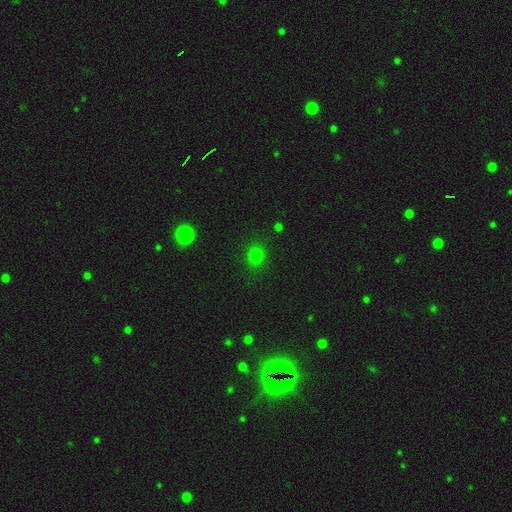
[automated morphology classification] A smooth galaxy with no disk features (77%) that is round (80%).

Vote fractions:
- Smooth or featured? smooth: 77% / star or artifact: 18% / featured or disk: 5%
- How rounded? round: 80% / in between: 18% / cigar-shaped: 1%
- Merging? none: 87% / minor disturbance: 8% / major disturbance: 3% / merger: 2%